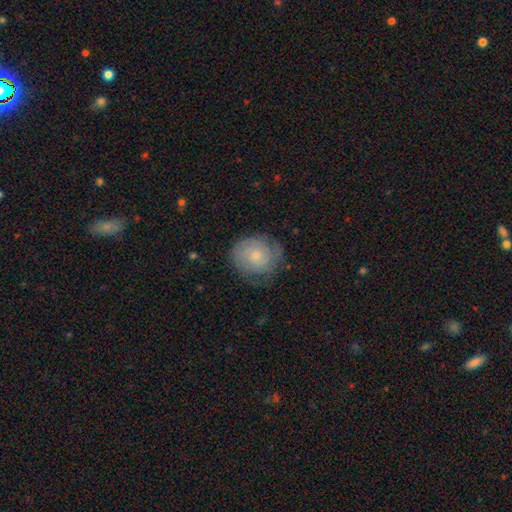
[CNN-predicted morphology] The model was most divided on "smooth or featured": smooth: 52%, featured or disk: 41%, star or artifact: 8%. More confident: how rounded — round (81%); merging — none (69%).